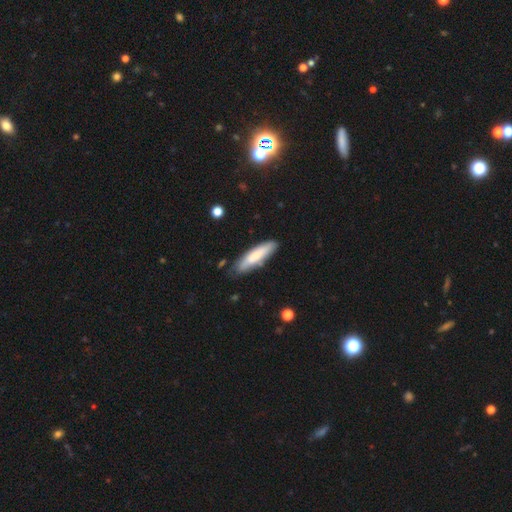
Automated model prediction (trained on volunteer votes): A smooth galaxy with no disk features (77%) that is cigar-shaped (71%).

Vote fractions:
- Smooth or featured? smooth: 77% / featured or disk: 18% / star or artifact: 6%
- How rounded? cigar-shaped: 71% / in between: 28% / round: 1%
- Merging? none: 77% / minor disturbance: 17% / major disturbance: 3% / merger: 3%